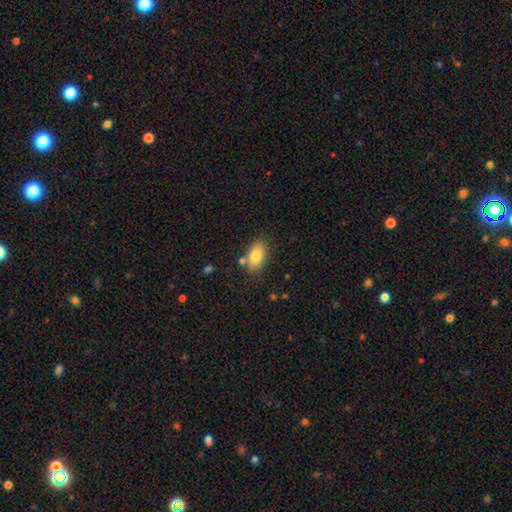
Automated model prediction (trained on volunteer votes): Smooth or featured?
  - smooth: 81% *
  - featured or disk: 12%
  - star or artifact: 8%
How rounded?
  - in between: 89% *
  - round: 8%
  - cigar-shaped: 3%
Merging?
  - none: 75% *
  - minor disturbance: 14%
  - merger: 8%
  - major disturbance: 3%